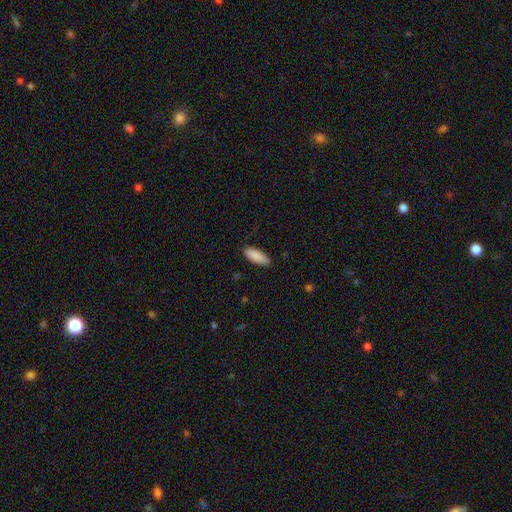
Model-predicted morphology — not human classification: smooth-or-featured: smooth: 89% | star or artifact: 6% | featured or disk: 5%
  how-rounded: in between: 70% | cigar-shaped: 28% | round: 2%
  merging: none: 85% | minor disturbance: 12% | major disturbance: 2% | merger: 1%